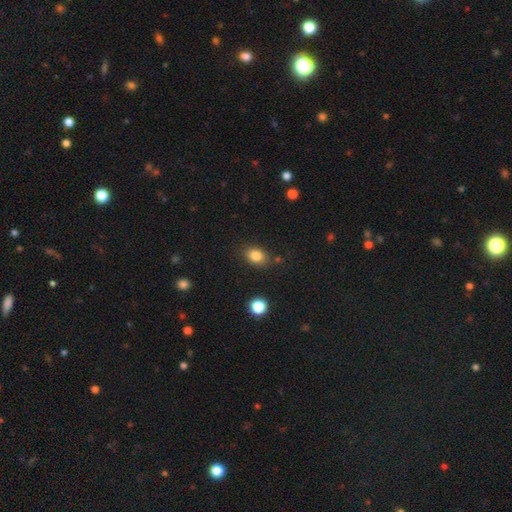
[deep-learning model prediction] smooth_or_featured: smooth (p=0.83) [alt: star or artifact p=0.10]
how_rounded: in between (p=0.67) [alt: round p=0.32]
merging: none (p=0.81) [alt: minor disturbance p=0.13]